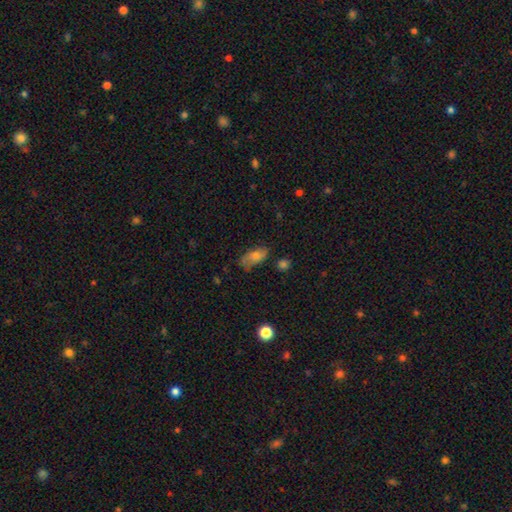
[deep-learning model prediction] Smooth or featured: smooth — 65% (featured or disk — 24%)
How rounded: in between — 86% (cigar-shaped — 9%)
Merging: none — 56% (minor disturbance — 31%)